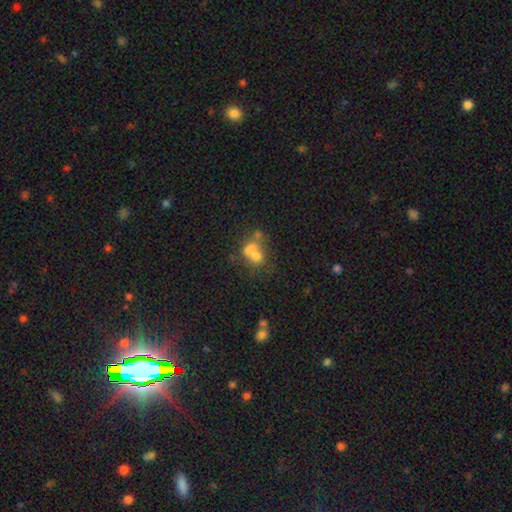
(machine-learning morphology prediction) smooth_or_featured: smooth (p=0.58) [alt: featured or disk p=0.27]
how_rounded: round (p=0.62) [alt: in between p=0.37]
merging: merger (p=0.59) [alt: none p=0.24]